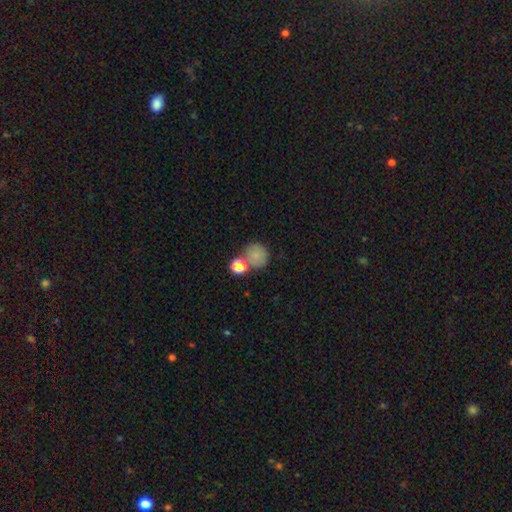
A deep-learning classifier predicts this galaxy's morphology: smooth 79%, star or artifact 12%, featured or disk 9%. Down the decision tree: how rounded — round (86%); merging — none (59%).